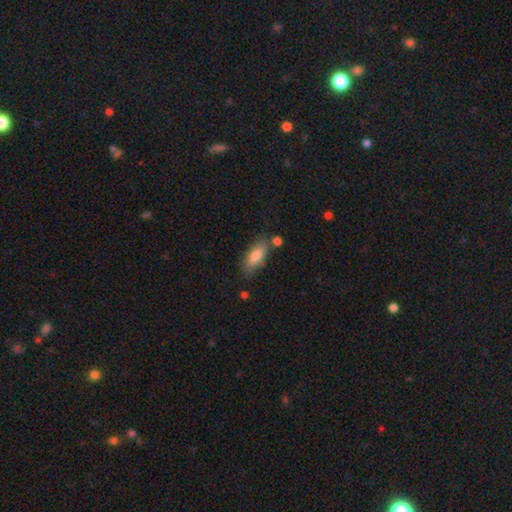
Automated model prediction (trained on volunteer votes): The model was most divided on "how rounded": in between: 70%, cigar-shaped: 28%, round: 2%. More confident: smooth or featured — smooth (79%); merging — none (70%).